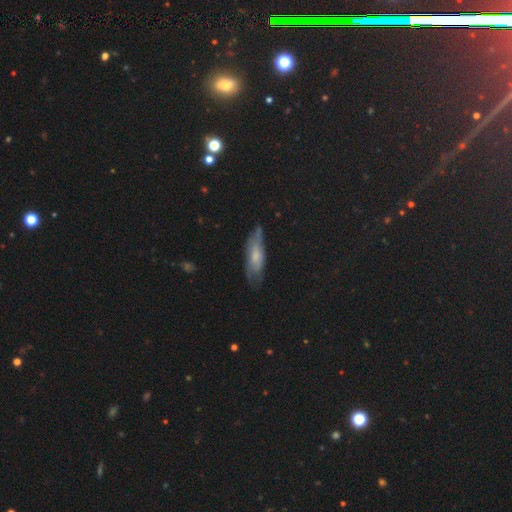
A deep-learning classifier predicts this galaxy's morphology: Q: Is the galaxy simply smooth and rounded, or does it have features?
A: smooth — 48%.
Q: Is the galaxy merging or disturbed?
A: none — 63%.